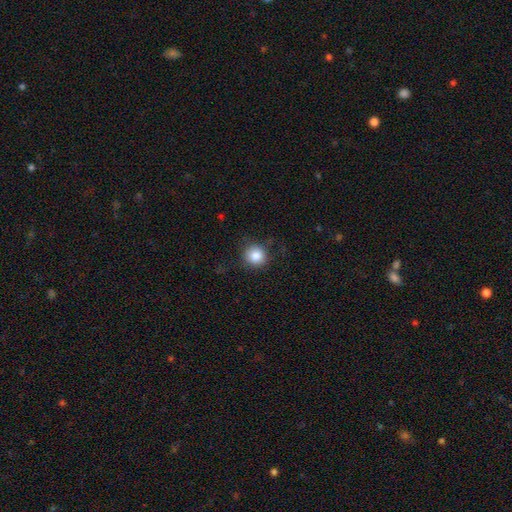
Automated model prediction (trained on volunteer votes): Smooth or featured?
  - smooth: 85% *
  - star or artifact: 10%
  - featured or disk: 5%
How rounded?
  - round: 92% *
  - in between: 7%
  - cigar-shaped: 1%
Merging?
  - none: 84% *
  - minor disturbance: 11%
  - major disturbance: 4%
  - merger: 1%